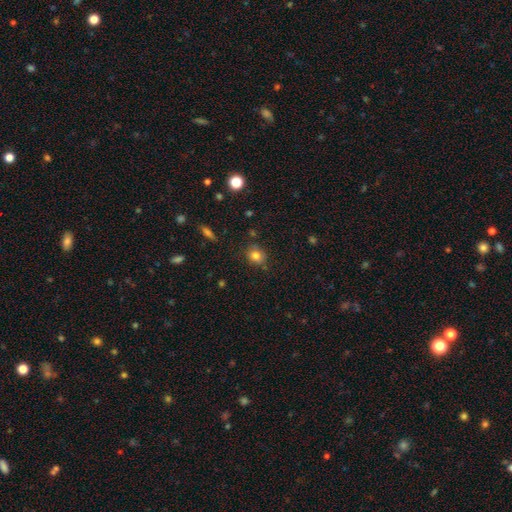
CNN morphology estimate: Smooth or featured: smooth — 80% (star or artifact — 12%)
How rounded: round — 67% (in between — 32%)
Merging: none — 78% (minor disturbance — 16%)